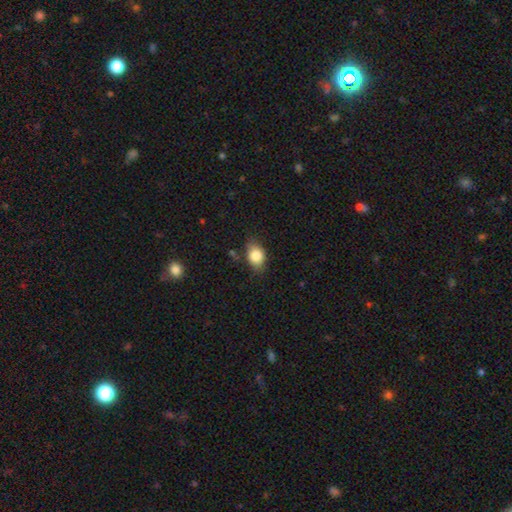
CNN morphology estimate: smooth 83%, featured or disk 9%, star or artifact 8%. Down the decision tree: how rounded — in between (67%); merging — none (73%).